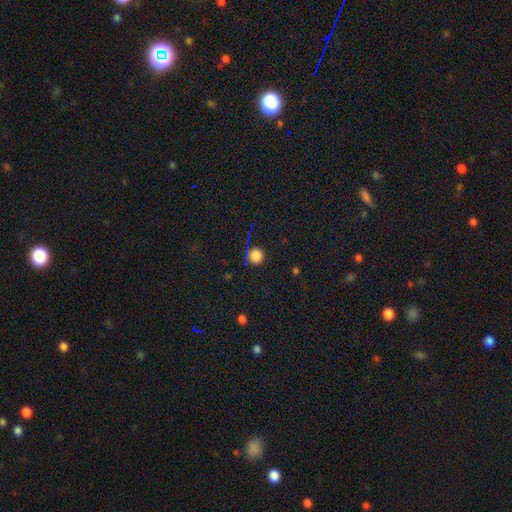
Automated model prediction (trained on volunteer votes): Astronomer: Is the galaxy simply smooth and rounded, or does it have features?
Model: smooth — 78%.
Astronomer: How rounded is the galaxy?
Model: round — 94%.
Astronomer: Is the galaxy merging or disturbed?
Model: none — 86%.